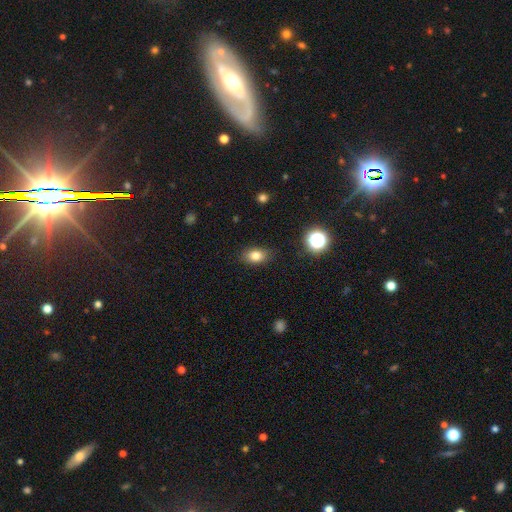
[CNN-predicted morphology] Smooth or featured?
  - smooth: 80% *
  - star or artifact: 11%
  - featured or disk: 8%
How rounded?
  - in between: 79% *
  - round: 20%
  - cigar-shaped: 2%
Merging?
  - none: 86% *
  - minor disturbance: 10%
  - major disturbance: 3%
  - merger: 1%